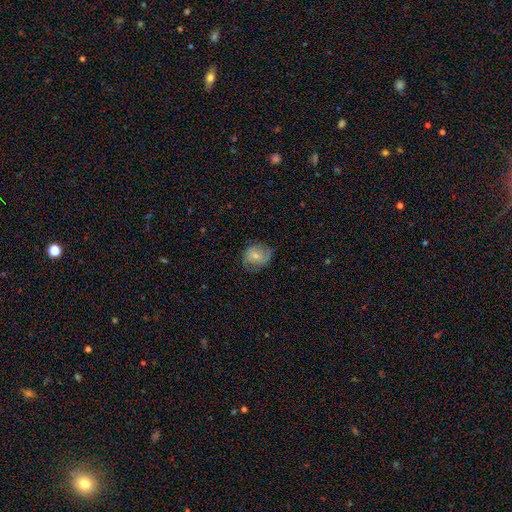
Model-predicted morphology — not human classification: Smooth or featured? Predicted: featured or disk (p=0.47). Merging? Predicted: none (p=0.62).